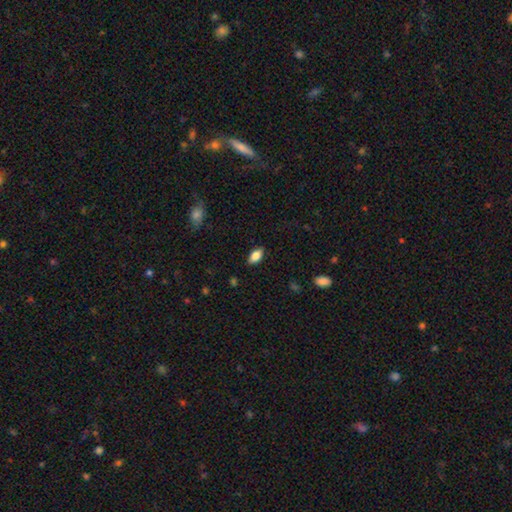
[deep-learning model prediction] This is likely a smooth galaxy (79%). How rounded: clearly in between (90%). Merging: clearly none (86%).